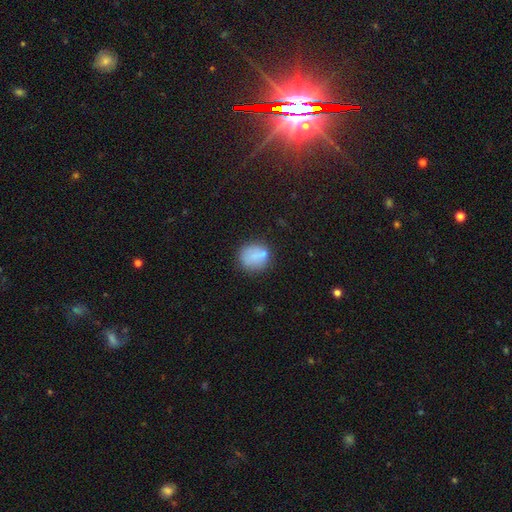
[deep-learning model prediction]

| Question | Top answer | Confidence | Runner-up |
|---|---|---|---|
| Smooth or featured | smooth | 75% | featured or disk (14%) |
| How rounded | round | 80% | in between (19%) |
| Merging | none | 65% | minor disturbance (18%) |